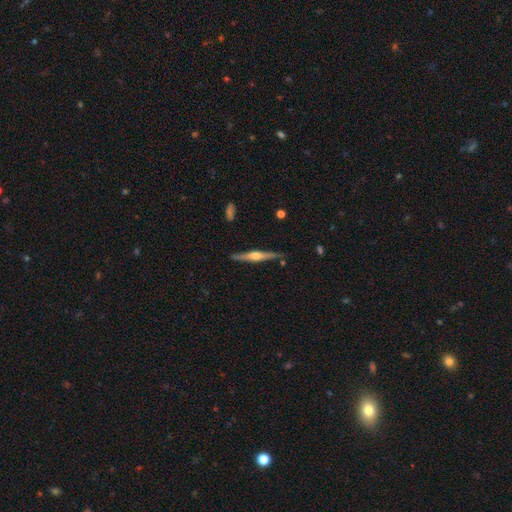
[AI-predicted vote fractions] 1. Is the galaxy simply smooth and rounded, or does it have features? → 72% featured or disk, 22% smooth, 5% star or artifact.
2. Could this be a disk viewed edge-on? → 98% yes, 2% no.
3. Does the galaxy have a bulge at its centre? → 89% rounded, 7% boxy, 5% none.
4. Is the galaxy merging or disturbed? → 86% none, 10% minor disturbance, 2% merger, 2% major disturbance.